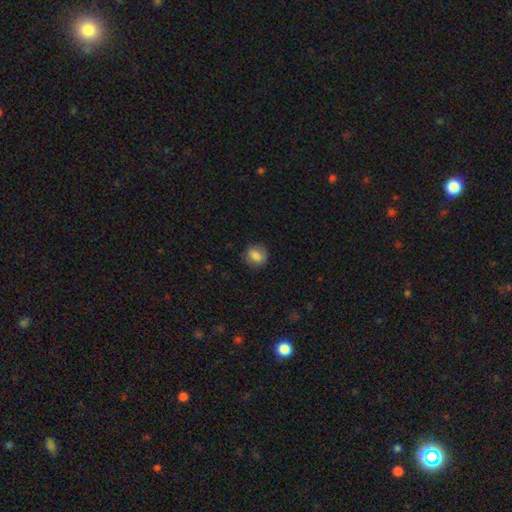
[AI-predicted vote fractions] A smooth galaxy with no disk features (79%) that is round (70%).

Vote fractions:
- Smooth or featured? smooth: 79% / featured or disk: 12% / star or artifact: 9%
- How rounded? round: 70% / in between: 28% / cigar-shaped: 1%
- Merging? none: 84% / minor disturbance: 12% / major disturbance: 3% / merger: 1%